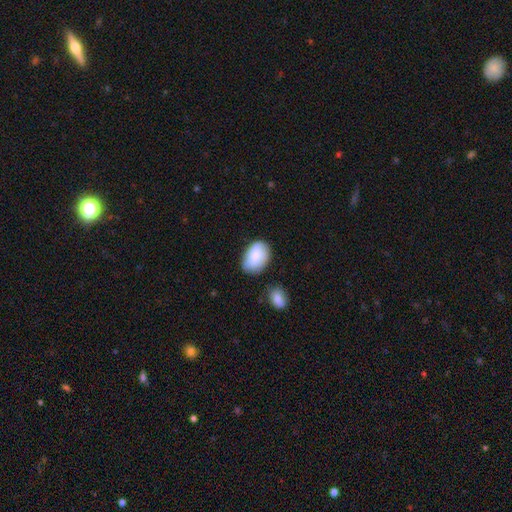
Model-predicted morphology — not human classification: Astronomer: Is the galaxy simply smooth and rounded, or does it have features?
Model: smooth — 79%.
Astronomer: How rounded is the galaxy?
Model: in between — 86%.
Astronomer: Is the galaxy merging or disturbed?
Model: none — 70%.